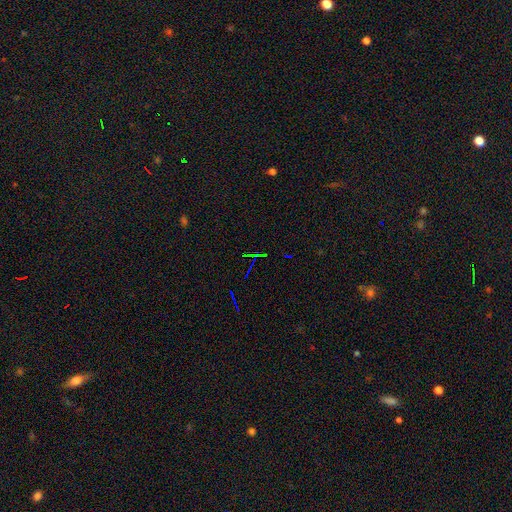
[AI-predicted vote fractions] star or artifact 76%, featured or disk 12%, smooth 11%.